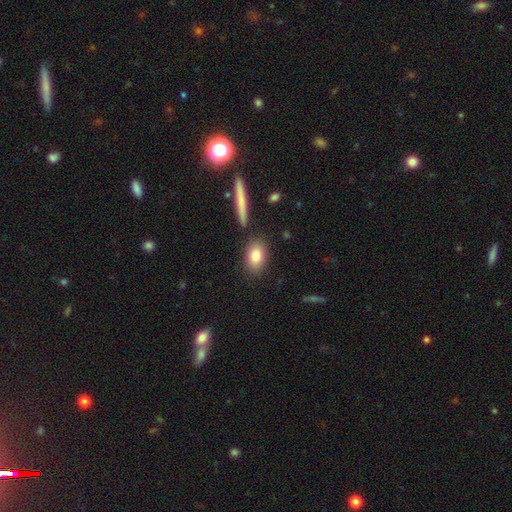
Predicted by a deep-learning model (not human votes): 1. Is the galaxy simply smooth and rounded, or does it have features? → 82% smooth, 10% featured or disk, 7% star or artifact.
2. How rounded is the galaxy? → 81% in between, 15% round, 4% cigar-shaped.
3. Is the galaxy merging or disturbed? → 82% none, 10% minor disturbance, 5% merger, 3% major disturbance.